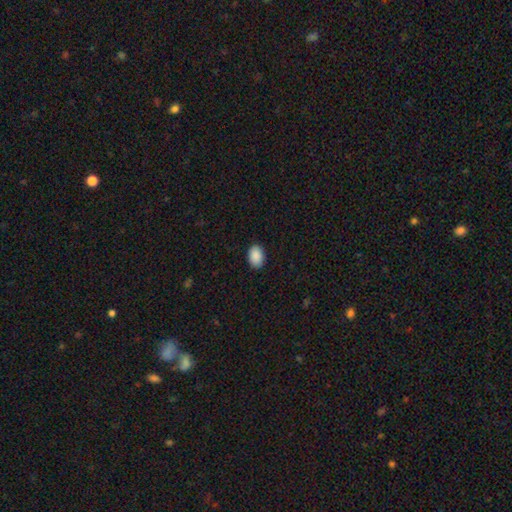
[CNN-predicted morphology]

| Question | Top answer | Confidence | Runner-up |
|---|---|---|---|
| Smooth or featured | smooth | 91% | star or artifact (7%) |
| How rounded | in between | 88% | round (11%) |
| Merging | none | 89% | minor disturbance (8%) |